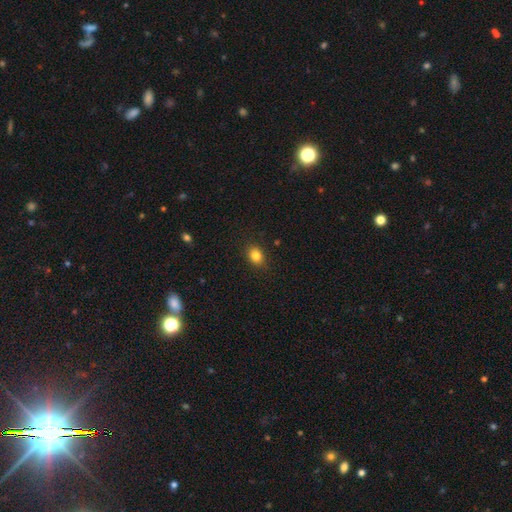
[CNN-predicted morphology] Smooth or featured: smooth — 83% (star or artifact — 11%)
How rounded: in between — 54% (round — 45%)
Merging: none — 87% (minor disturbance — 10%)